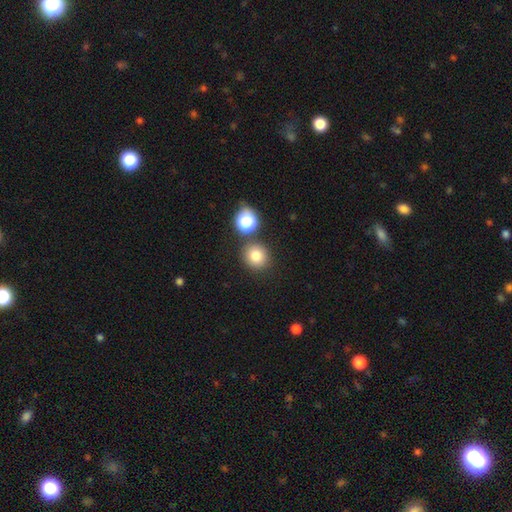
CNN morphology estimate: type=smooth (79%); roundness=round (88%); merging=none (81%).